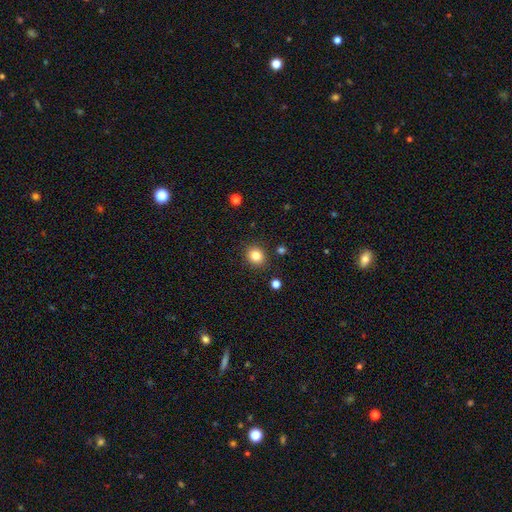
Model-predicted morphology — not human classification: smooth_or_featured: smooth (p=0.83) [alt: star or artifact p=0.12]
how_rounded: round (p=0.83) [alt: in between p=0.16]
merging: none (p=0.88) [alt: minor disturbance p=0.07]